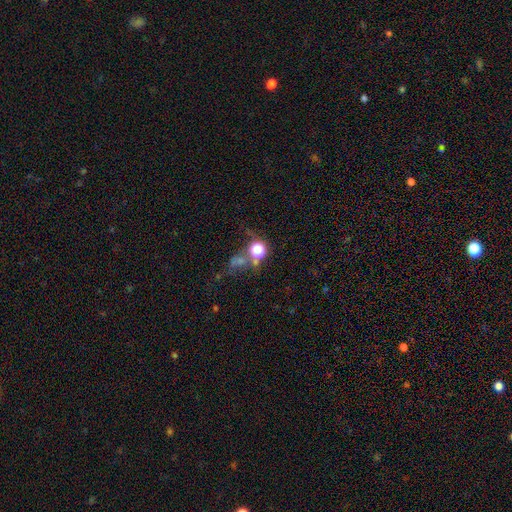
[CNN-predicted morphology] Overall: smooth (43%; star or artifact 37%). Merging: none (39%; merger 35%).